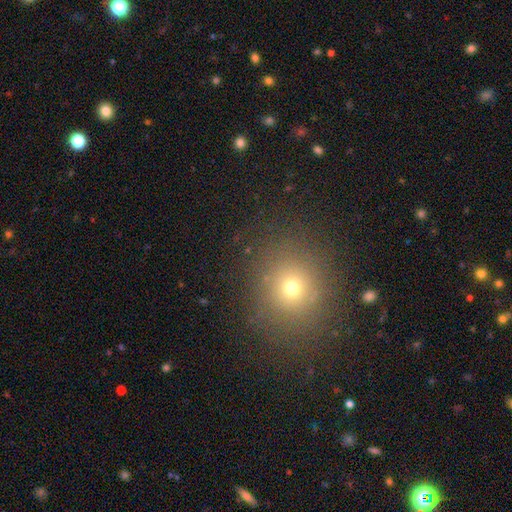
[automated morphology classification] Q: Smooth or featured?
A: smooth (62%); runner-up: star or artifact (30%)
Q: How rounded?
A: round (82%); runner-up: in between (17%)
Q: Merging?
A: none (90%); runner-up: minor disturbance (6%)